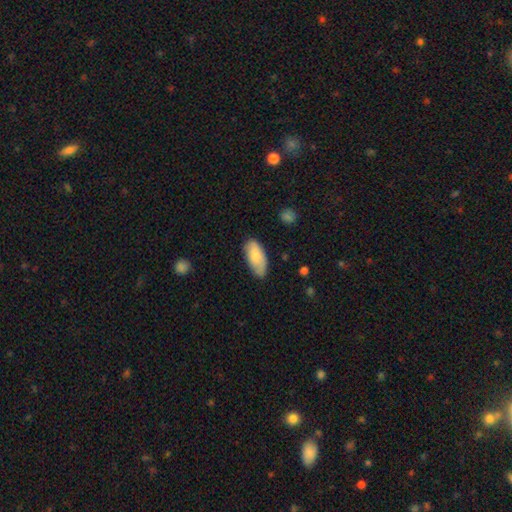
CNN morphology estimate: A smooth galaxy with no disk features (81%) that is in between round and cigar-shaped (91%). Merging: none (74%).